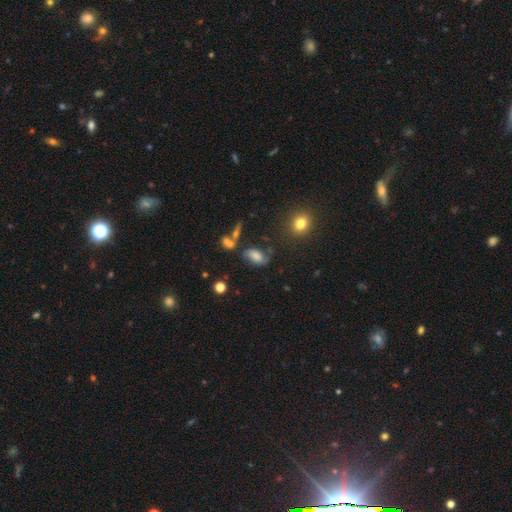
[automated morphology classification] smooth_or_featured: smooth (p=0.54) [alt: featured or disk p=0.32]
how_rounded: in between (p=0.85) [alt: round p=0.10]
merging: none (p=0.53) [alt: minor disturbance p=0.23]